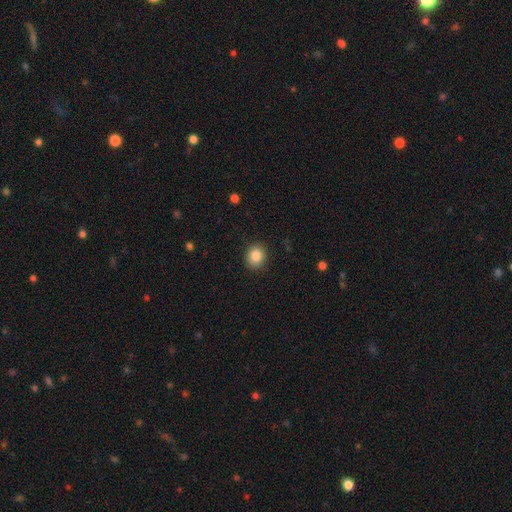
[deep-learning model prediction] This is clearly a smooth galaxy (86%). How rounded: likely round (69%). Merging: clearly none (89%).